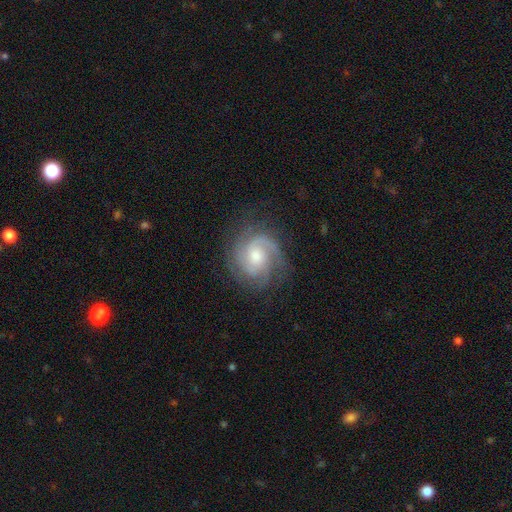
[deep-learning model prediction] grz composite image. It shows a featured or disk galaxy (86%) with no bar (65%), 3 (36%) tight (55%) spiral arms (98%) and a moderate central bulge (59%). Merging: none (75%).